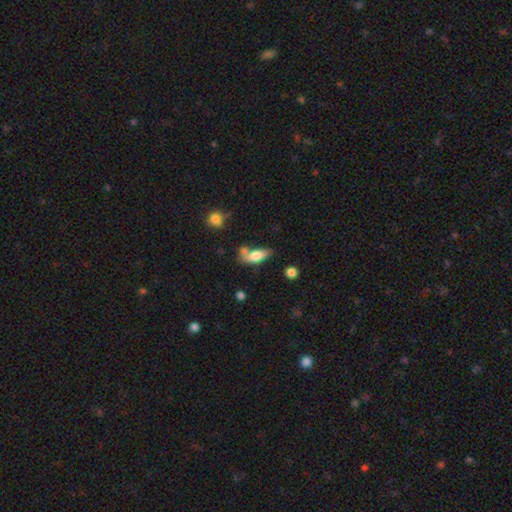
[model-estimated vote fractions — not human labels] Morphology: type=smooth (73%); roundness=in between (72%); merging=none (46%).